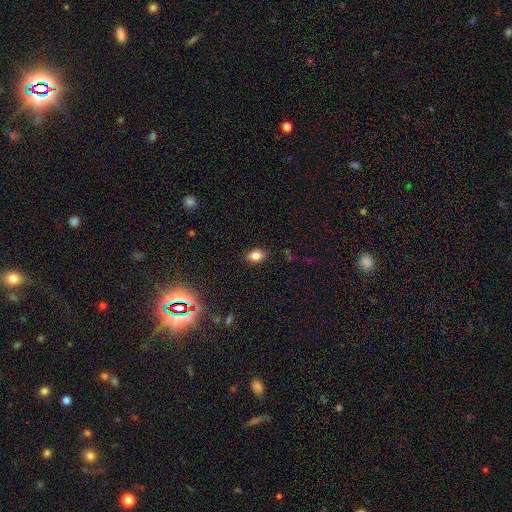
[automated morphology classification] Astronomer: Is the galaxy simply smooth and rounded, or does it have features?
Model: smooth — 82%.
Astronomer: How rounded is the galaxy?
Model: in between — 83%.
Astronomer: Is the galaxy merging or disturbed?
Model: none — 86%.